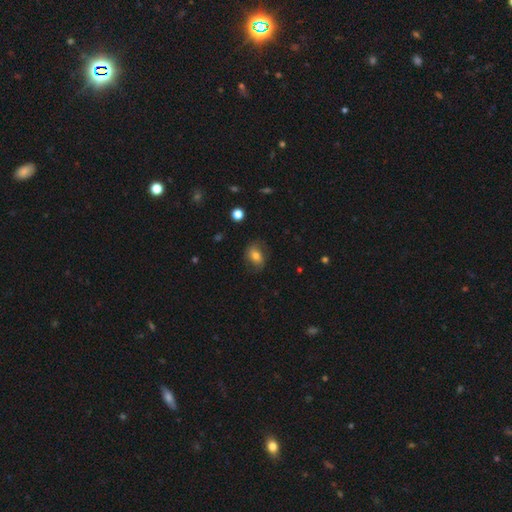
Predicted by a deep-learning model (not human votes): Morphology: type=smooth (59%); roundness=in between (68%); merging=none (71%).